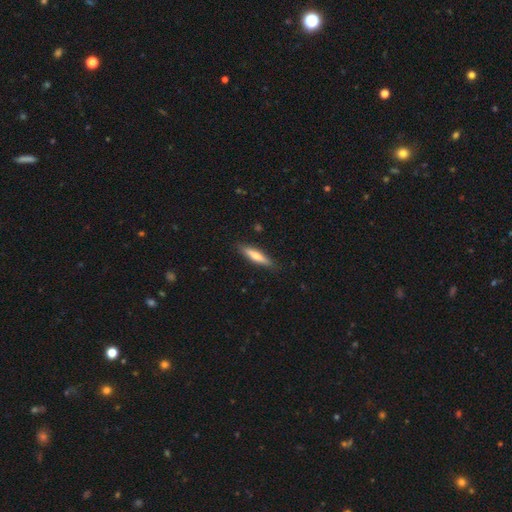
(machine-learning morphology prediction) Smooth or featured?
  - smooth: 62% *
  - featured or disk: 32%
  - star or artifact: 6%
How rounded?
  - cigar-shaped: 83% *
  - in between: 16%
  - round: 2%
Merging?
  - none: 88% *
  - minor disturbance: 9%
  - major disturbance: 2%
  - merger: 1%